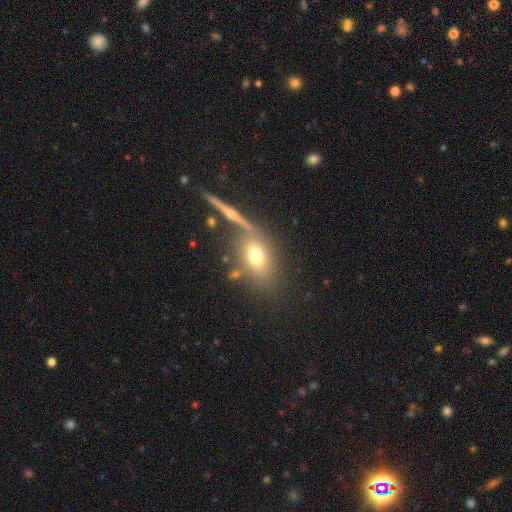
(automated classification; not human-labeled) smooth_or_featured: smooth (p=0.65) [alt: featured or disk p=0.23]
how_rounded: in between (p=0.72) [alt: round p=0.23]
merging: none (p=0.65) [alt: merger p=0.16]